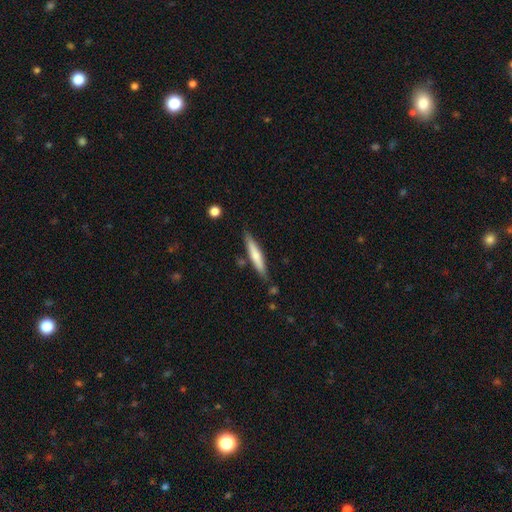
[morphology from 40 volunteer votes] This appears to be a smooth galaxy with no disk features (50%) that is cigar-shaped (95%). Merging: none (74%).